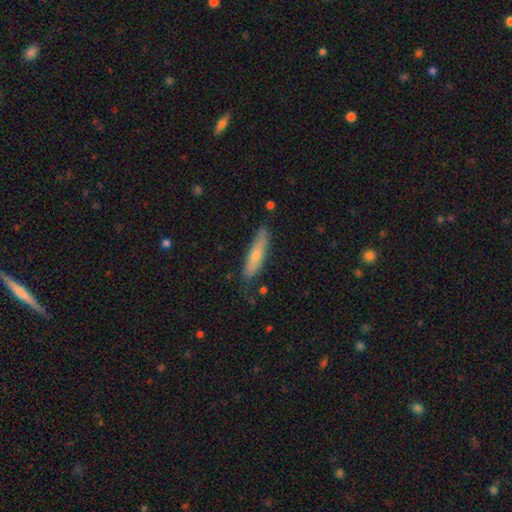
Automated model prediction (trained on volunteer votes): A smooth galaxy with no disk features (60%) that is cigar-shaped (82%).

Vote fractions:
- Smooth or featured? smooth: 60% / featured or disk: 34% / star or artifact: 6%
- How rounded? cigar-shaped: 82% / in between: 17% / round: 2%
- Merging? none: 76% / minor disturbance: 19% / major disturbance: 3% / merger: 2%